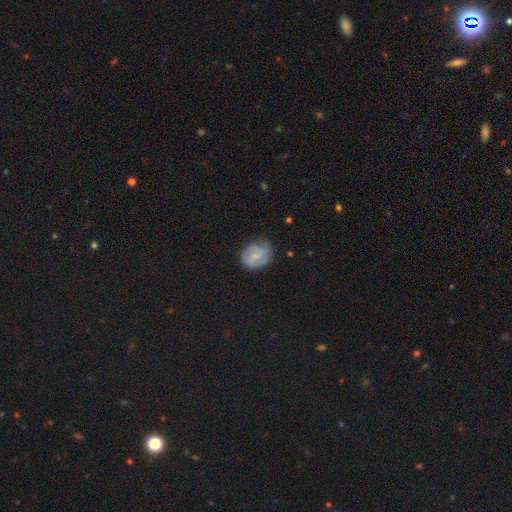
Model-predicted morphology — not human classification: Smooth or featured? featured or disk (65%)
Edge-on disk? no (98%)
Bar? weak (49%)
Spiral arms? yes (92%)
Spiral winding? tight (44%)
Spiral arm count? 2 (57%)
Bulge size? small (50%)
Merging? none (69%)